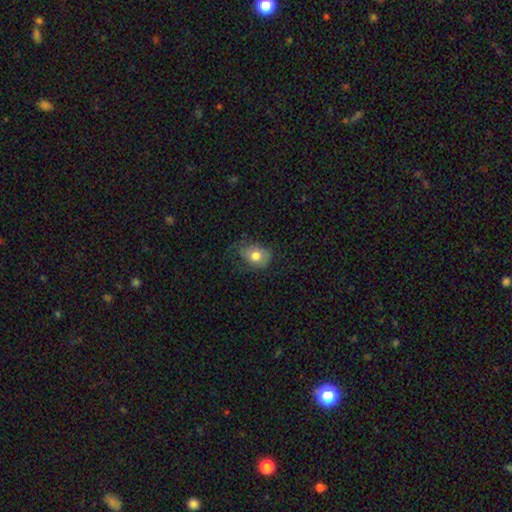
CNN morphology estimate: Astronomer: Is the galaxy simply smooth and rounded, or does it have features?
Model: smooth — 73%.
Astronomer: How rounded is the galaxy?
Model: in between — 59% (runner-up: round, 40%).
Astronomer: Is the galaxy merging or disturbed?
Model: none — 47% (runner-up: minor disturbance, 32%).